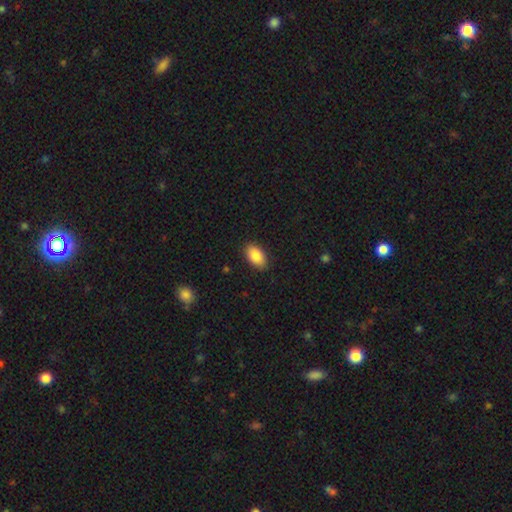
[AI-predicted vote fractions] smooth-or-featured: smooth: 87% | star or artifact: 7% | featured or disk: 6%
  how-rounded: in between: 92% | round: 6% | cigar-shaped: 2%
  merging: none: 87% | minor disturbance: 10% | major disturbance: 2% | merger: 1%